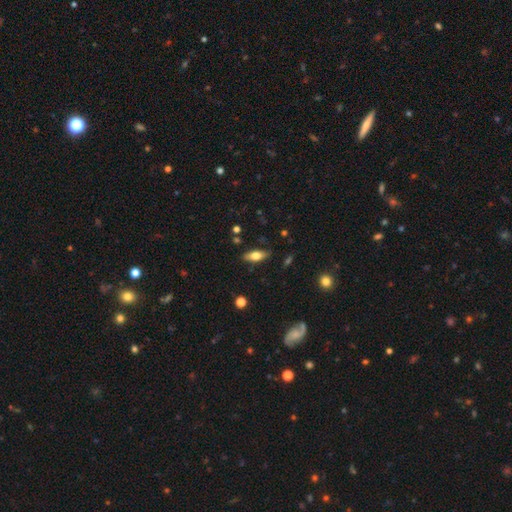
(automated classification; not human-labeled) Morphology: type=smooth (66%); roundness=in between (77%); merging=none (83%).